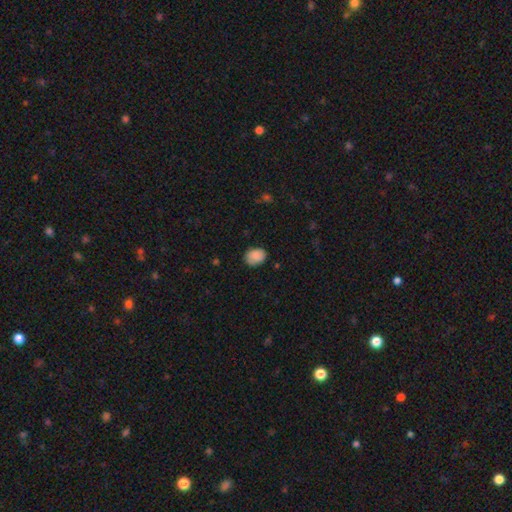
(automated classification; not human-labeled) Smooth or featured: smooth — 86% (star or artifact — 8%)
How rounded: in between — 58% (round — 41%)
Merging: none — 76% (minor disturbance — 19%)